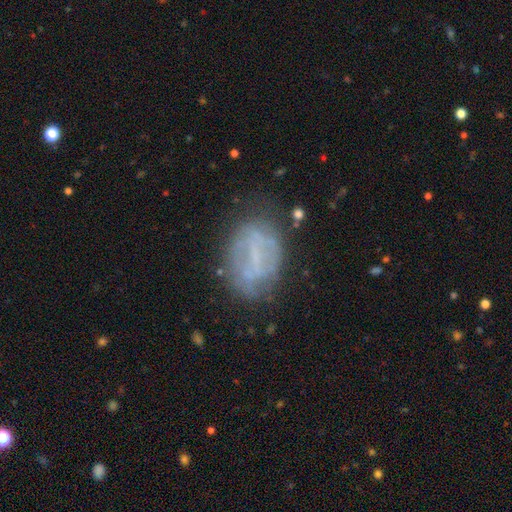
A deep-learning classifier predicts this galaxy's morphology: smooth_or_featured: featured or disk (p=0.58) [alt: smooth p=0.31]
disk_edge_on: no (p=0.95) [alt: yes p=0.05]
bar: weak (p=0.38) [alt: strong p=0.34]
has_spiral_arms: no (p=0.59) [alt: yes p=0.41]
bulge_size: none (p=0.54) [alt: small p=0.36]
merging: none (p=0.66) [alt: minor disturbance p=0.20]